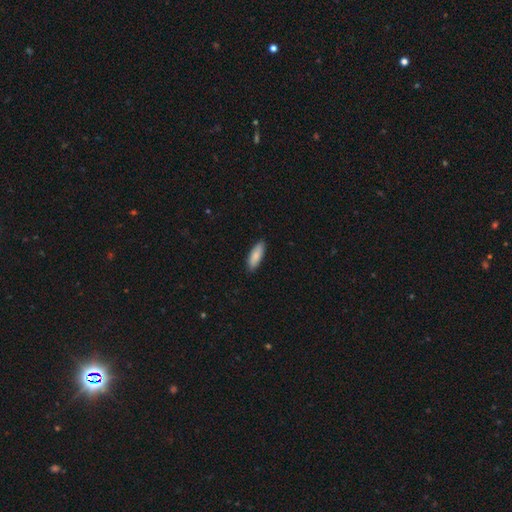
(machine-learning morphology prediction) smooth-or-featured: smooth: 87% | featured or disk: 8% | star or artifact: 6%
  how-rounded: in between: 63% | cigar-shaped: 36% | round: 2%
  merging: none: 88% | minor disturbance: 10% | major disturbance: 2% | merger: 1%